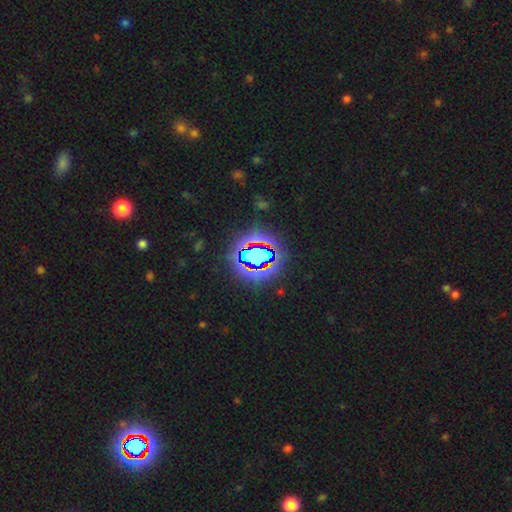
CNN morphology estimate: Smooth or featured? star or artifact (61%)